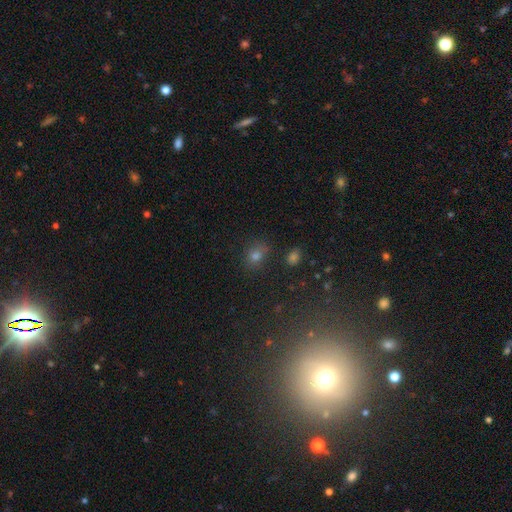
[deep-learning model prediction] smooth-or-featured: smooth: 66% | star or artifact: 25% | featured or disk: 9%
  how-rounded: in between: 49% (tied) | round: 49% (tied) | cigar-shaped: 2%
  merging: none: 78% | minor disturbance: 14% | major disturbance: 4% | merger: 4%